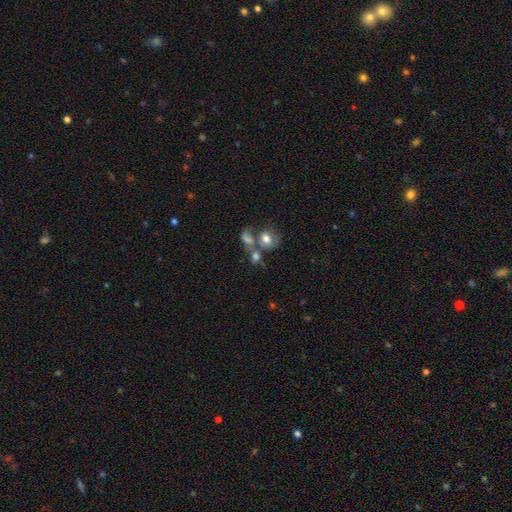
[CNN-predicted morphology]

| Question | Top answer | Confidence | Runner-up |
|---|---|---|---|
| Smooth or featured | smooth | 59% | featured or disk (26%) |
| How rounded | round | 53% | in between (45%) |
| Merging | merger | 50% | none (29%) |